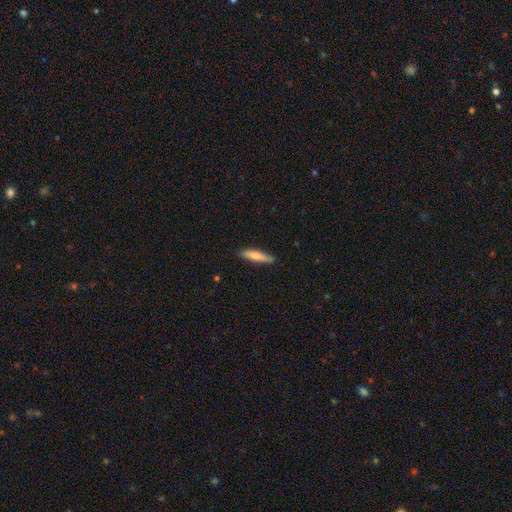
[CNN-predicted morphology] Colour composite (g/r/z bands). It shows a smooth galaxy with no disk features (71%) that is cigar-shaped (83%). Merging: none (85%).